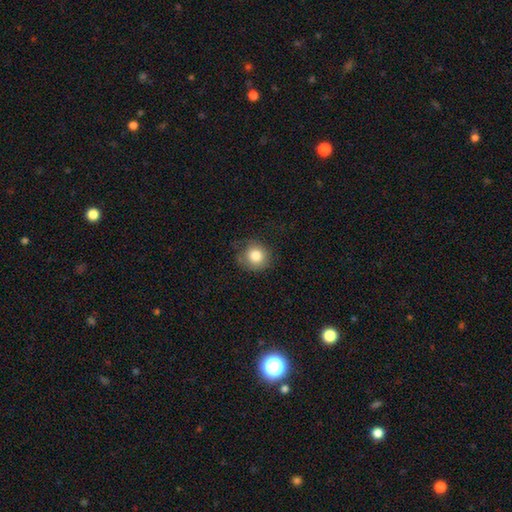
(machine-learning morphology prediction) Smooth or featured? smooth (82%)
How rounded? round (89%)
Merging? none (72%)